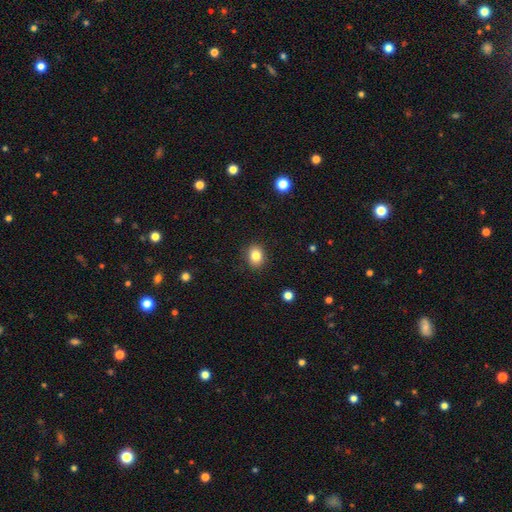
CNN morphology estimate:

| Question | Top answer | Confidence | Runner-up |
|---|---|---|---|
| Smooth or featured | smooth | 83% | star or artifact (10%) |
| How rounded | round | 53% | in between (46%) |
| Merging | none | 89% | minor disturbance (8%) |